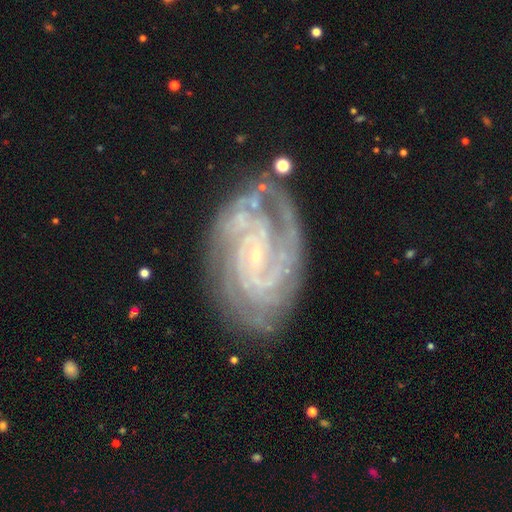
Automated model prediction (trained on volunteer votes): Morphology: type=featured or disk (90%); edge-on=no (97%); bar=no (54%); spiral arms=yes (98%); winding=tight (71%); arm count=2 (26%); bulge=small (88%); merging=none (74%).